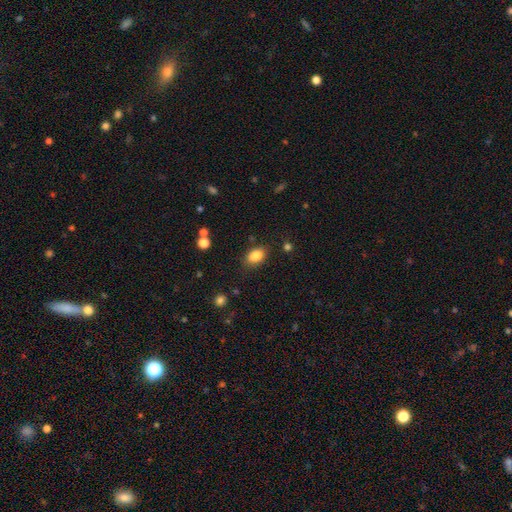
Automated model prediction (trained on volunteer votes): Q: Smooth or featured?
A: smooth (85%); runner-up: star or artifact (9%)
Q: How rounded?
A: in between (84%); runner-up: round (15%)
Q: Merging?
A: none (80%); runner-up: minor disturbance (14%)